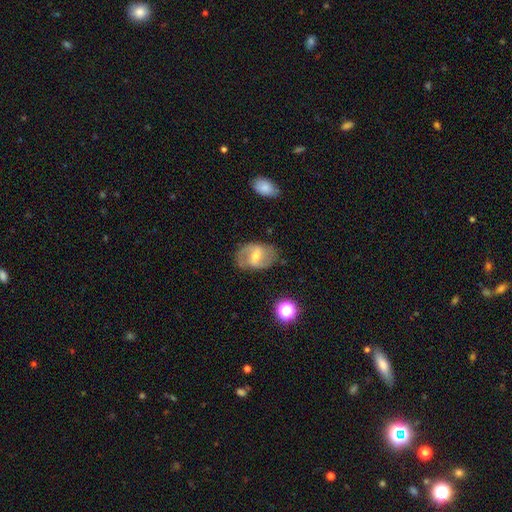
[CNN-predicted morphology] Smooth or featured: featured or disk — 69% (smooth — 24%)
Edge-on disk: no — 96% (yes — 4%)
Bar: weak — 48% (strong — 35%)
Spiral arms: yes — 80% (no — 20%)
Spiral winding: medium — 44% (loose — 37%)
Spiral arm count: 2 — 83% (can't tell — 10%)
Bulge size: small — 47% (tied with moderate — 47%)
Merging: none — 74% (minor disturbance — 17%)